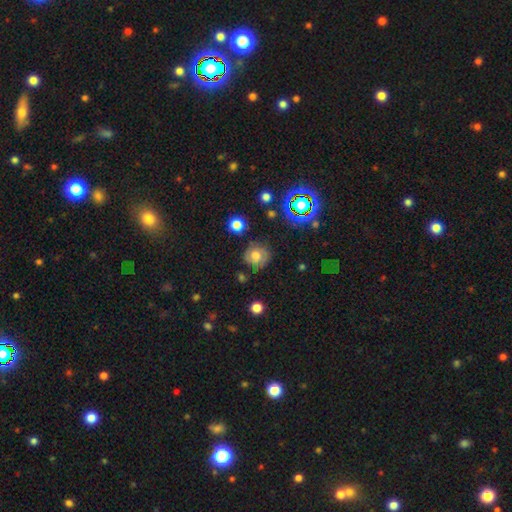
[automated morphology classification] This appears to be a smooth galaxy with no disk features (44%). Merging: none (70%).